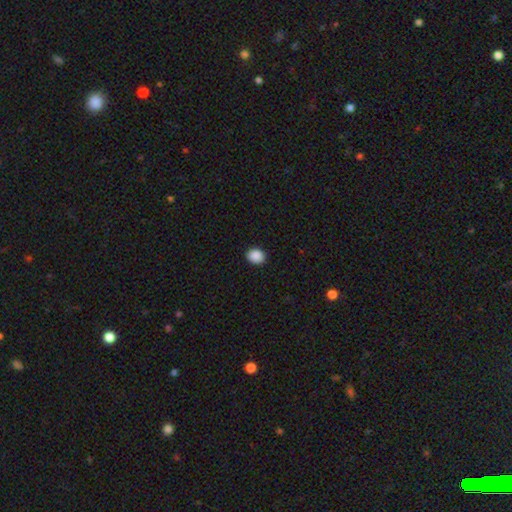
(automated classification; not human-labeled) smooth_or_featured: smooth (p=0.89) [alt: star or artifact p=0.08]
how_rounded: round (p=0.55) [alt: in between p=0.44]
merging: none (p=0.91) [alt: minor disturbance p=0.06]